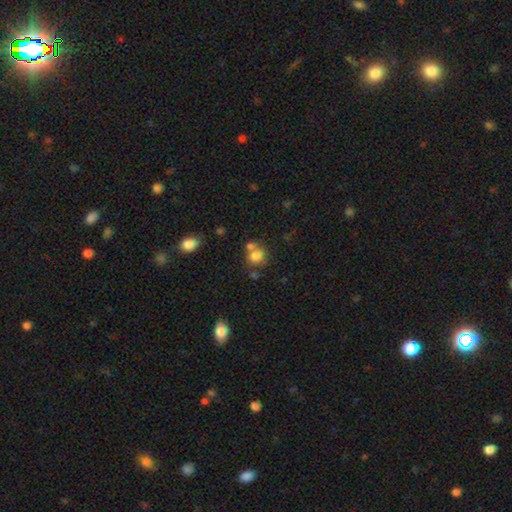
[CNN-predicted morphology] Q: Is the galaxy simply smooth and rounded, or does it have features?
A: smooth — 78%.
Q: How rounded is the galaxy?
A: round — 67%.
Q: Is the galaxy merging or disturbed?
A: none — 46%.